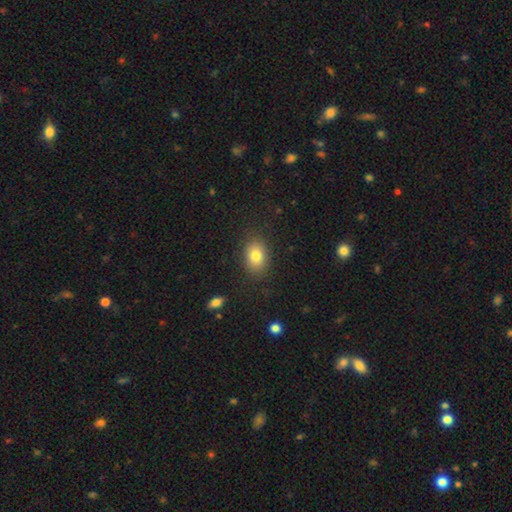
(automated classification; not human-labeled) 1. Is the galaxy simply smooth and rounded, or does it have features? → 81% smooth, 10% featured or disk, 10% star or artifact.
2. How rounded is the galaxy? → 73% in between, 26% round, 1% cigar-shaped.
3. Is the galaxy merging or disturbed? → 84% none, 11% minor disturbance, 4% major disturbance, 1% merger.